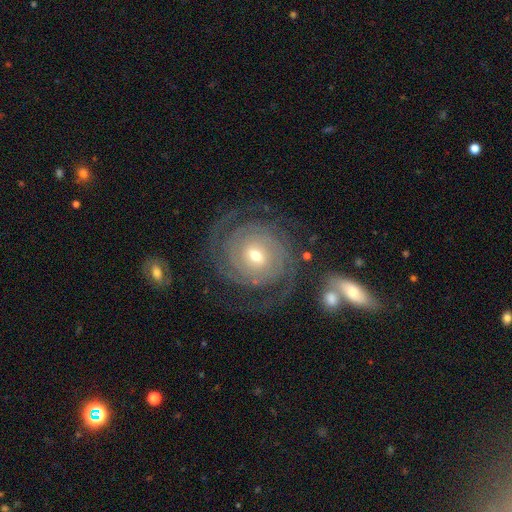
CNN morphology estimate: smooth_or_featured: featured or disk (p=0.89) [alt: smooth p=0.06]
disk_edge_on: no (p=0.98) [alt: yes p=0.02]
bar: no (p=0.52) [alt: weak p=0.36]
has_spiral_arms: yes (p=0.97) [alt: no p=0.03]
spiral_winding: tight (p=0.74) [alt: medium p=0.20]
spiral_arm_count: 2 (p=0.57) [alt: can't tell p=0.15]
bulge_size: small (p=0.49) [alt: moderate p=0.45]
merging: none (p=0.76) [alt: minor disturbance p=0.12]